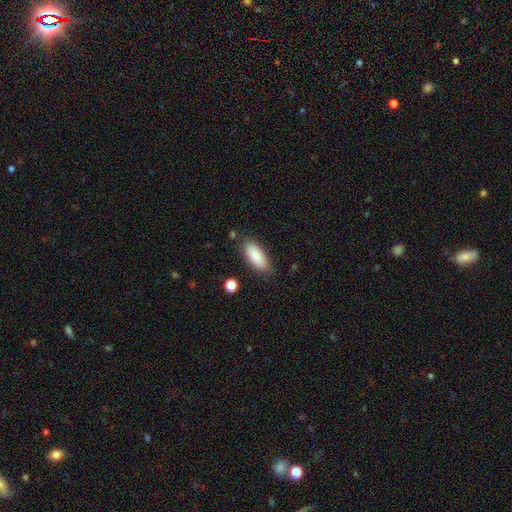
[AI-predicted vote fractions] Overall: smooth (87%). How rounded: in between (84%). Merging: none (82%).